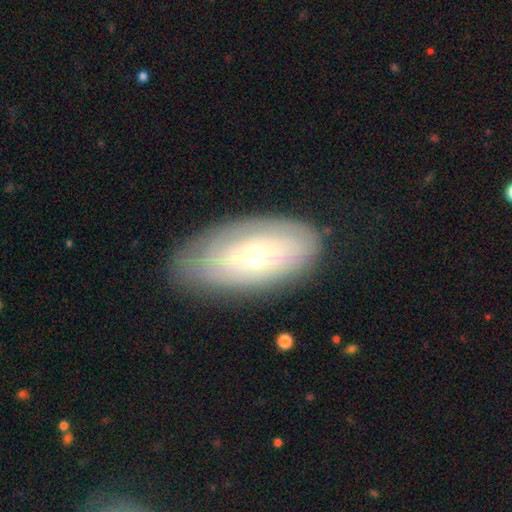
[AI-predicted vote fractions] Overall: smooth (49%; featured or disk 44%). Merging: none (76%).